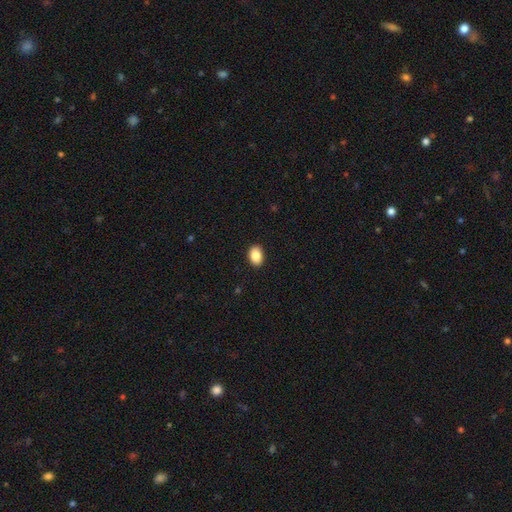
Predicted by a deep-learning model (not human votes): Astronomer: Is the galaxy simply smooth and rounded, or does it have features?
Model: smooth — 87%.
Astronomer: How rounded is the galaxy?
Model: in between — 83%.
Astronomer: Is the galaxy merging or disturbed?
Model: none — 90%.